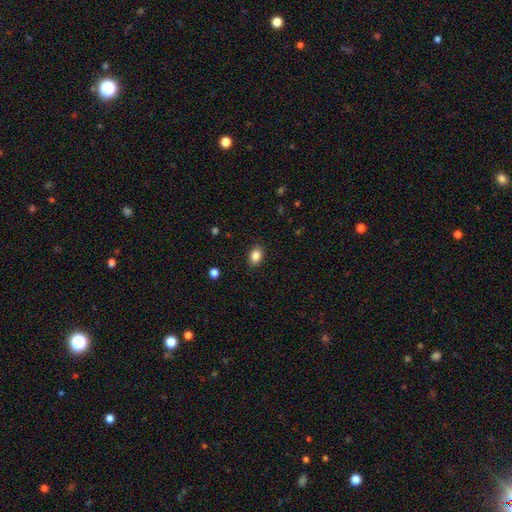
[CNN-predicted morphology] The model was most divided on "how rounded": in between: 75%, round: 24%, cigar-shaped: 1%. More confident: merging — none (88%); smooth or featured — smooth (85%).